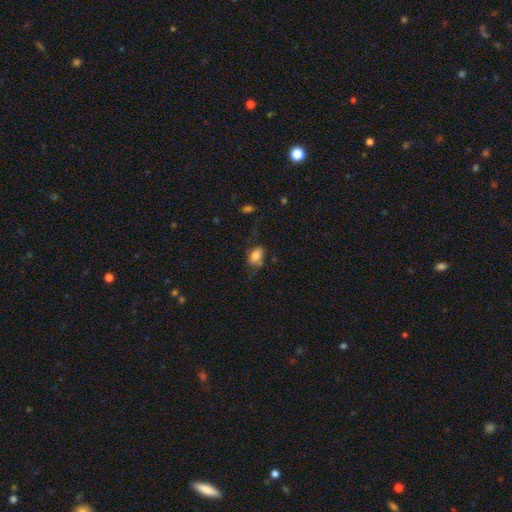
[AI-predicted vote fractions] Smooth or featured: smooth — 79% (featured or disk — 11%)
How rounded: in between — 86% (round — 12%)
Merging: none — 49% (minor disturbance — 30%)